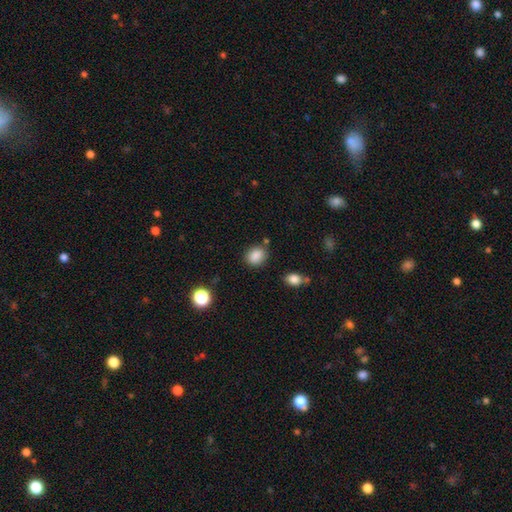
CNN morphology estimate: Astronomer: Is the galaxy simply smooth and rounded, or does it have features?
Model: smooth — 87%.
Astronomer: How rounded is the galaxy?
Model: round — 55% (runner-up: in between, 44%).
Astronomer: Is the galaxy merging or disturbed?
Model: none — 81%.